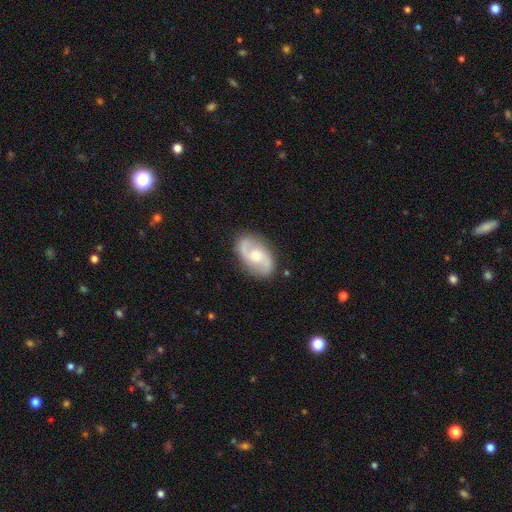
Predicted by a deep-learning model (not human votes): Q: Smooth or featured?
A: featured or disk (85%); runner-up: smooth (11%)
Q: Edge-on disk?
A: no (97%); runner-up: yes (3%)
Q: Bar?
A: no (55%); runner-up: weak (38%)
Q: Spiral arms?
A: yes (96%); runner-up: no (4%)
Q: Spiral winding?
A: medium (52%); runner-up: loose (30%)
Q: Spiral arm count?
A: 2 (93%); runner-up: can't tell (3%)
Q: Bulge size?
A: moderate (56%); runner-up: small (37%)
Q: Merging?
A: none (85%); runner-up: minor disturbance (11%)